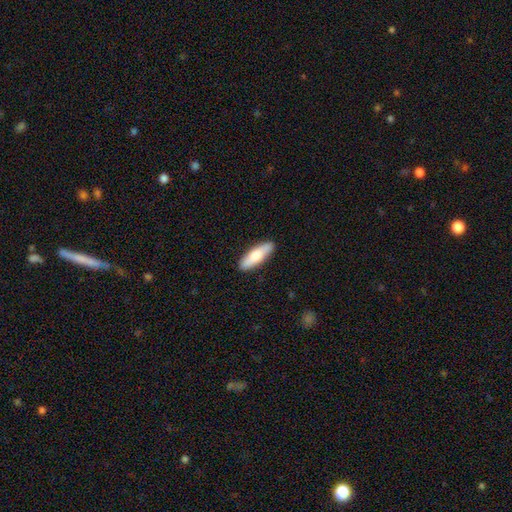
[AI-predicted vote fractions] Smooth or featured? Predicted: smooth (p=0.74). How rounded? Predicted: cigar-shaped (p=0.53). Merging? Predicted: none (p=0.90).